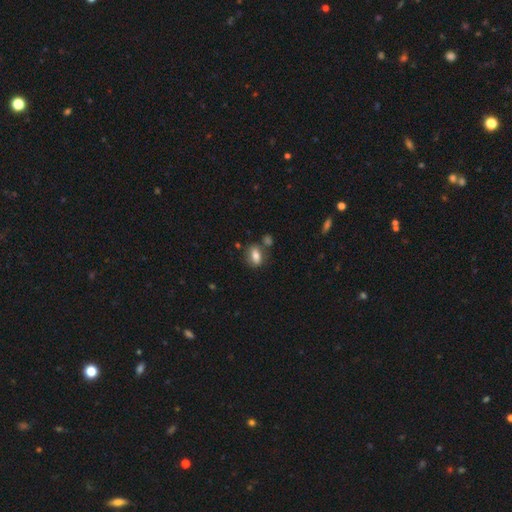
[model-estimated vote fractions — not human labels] A smooth galaxy with no disk features (78%) that is in between round and cigar-shaped (81%). Merging: none (67%).